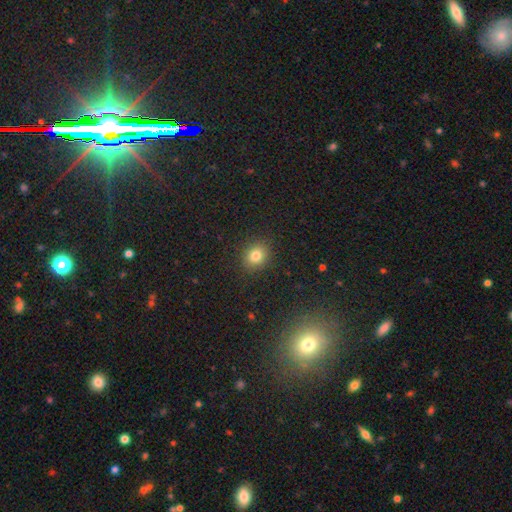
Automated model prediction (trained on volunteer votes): smooth 80%, star or artifact 13%, featured or disk 6%. Down the decision tree: how rounded — round (72%); merging — none (89%).